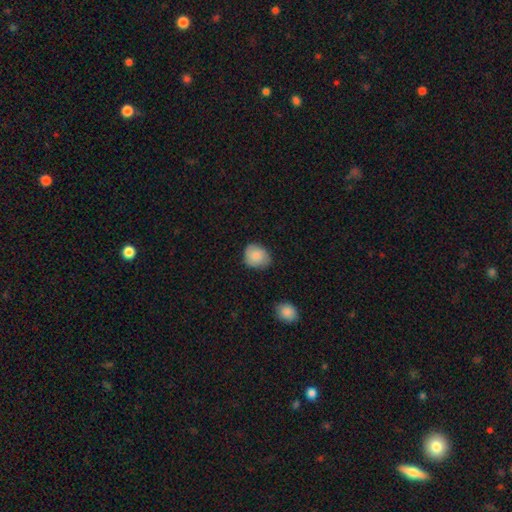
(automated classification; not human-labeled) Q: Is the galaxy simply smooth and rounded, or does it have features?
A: smooth — 84%.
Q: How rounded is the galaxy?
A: round — 69%.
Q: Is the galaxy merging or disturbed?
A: none — 72%.